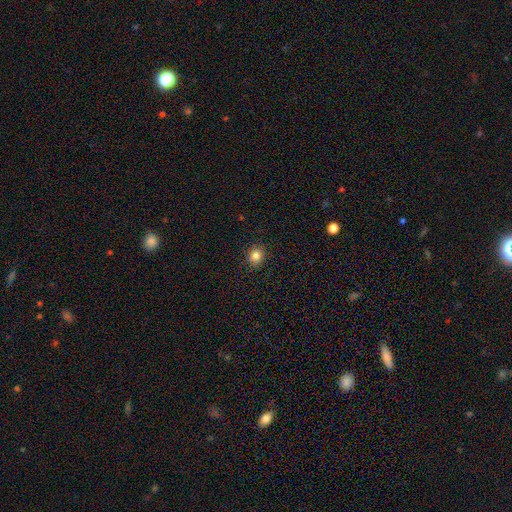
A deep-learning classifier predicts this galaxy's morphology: Smooth or featured: smooth — 84% (star or artifact — 11%)
How rounded: round — 78% (in between — 21%)
Merging: none — 90% (minor disturbance — 7%)